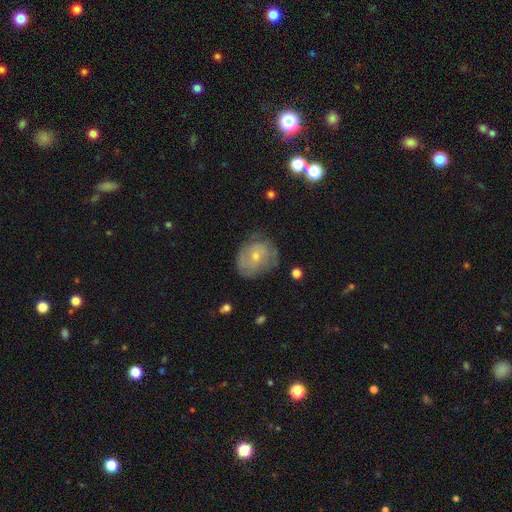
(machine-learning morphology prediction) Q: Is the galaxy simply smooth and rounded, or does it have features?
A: featured or disk — 59%.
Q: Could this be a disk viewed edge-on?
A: no — 97%.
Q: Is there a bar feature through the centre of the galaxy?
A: no — 70%.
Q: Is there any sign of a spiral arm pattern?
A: yes — 76%.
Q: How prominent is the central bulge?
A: small — 66%.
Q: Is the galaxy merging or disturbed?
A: none — 68%.